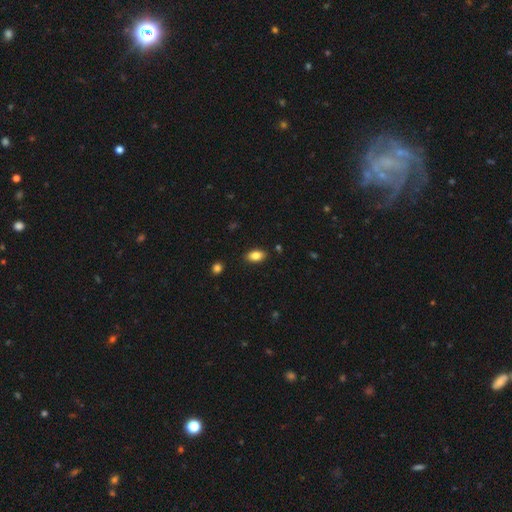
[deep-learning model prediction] This appears to be a smooth galaxy with no disk features (83%) that is in between round and cigar-shaped (90%). Merging: none (87%).